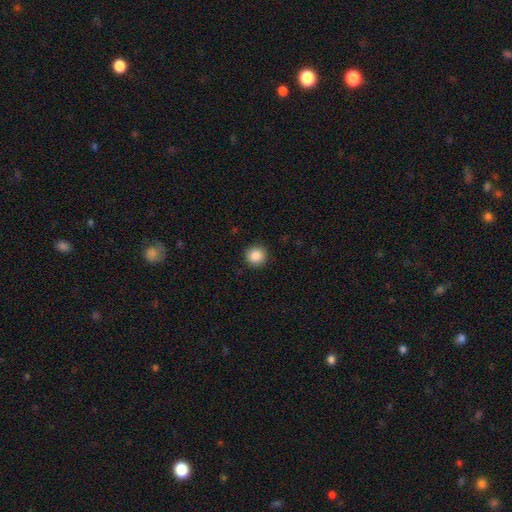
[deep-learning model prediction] Smooth or featured? smooth (87%)
How rounded? round (94%)
Merging? none (92%)